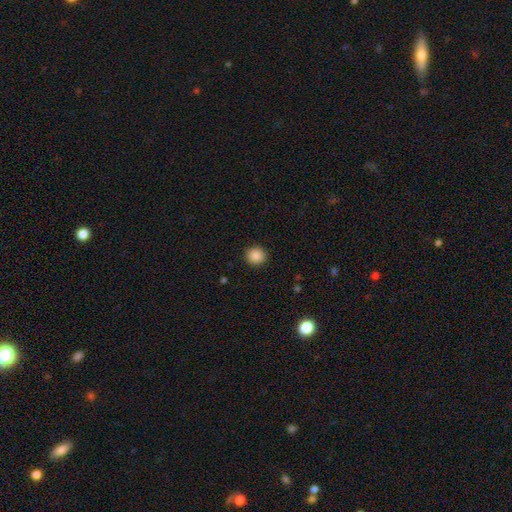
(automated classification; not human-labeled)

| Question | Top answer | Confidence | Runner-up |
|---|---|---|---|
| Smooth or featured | smooth | 88% | star or artifact (9%) |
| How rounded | round | 89% | in between (10%) |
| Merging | none | 92% | minor disturbance (6%) |